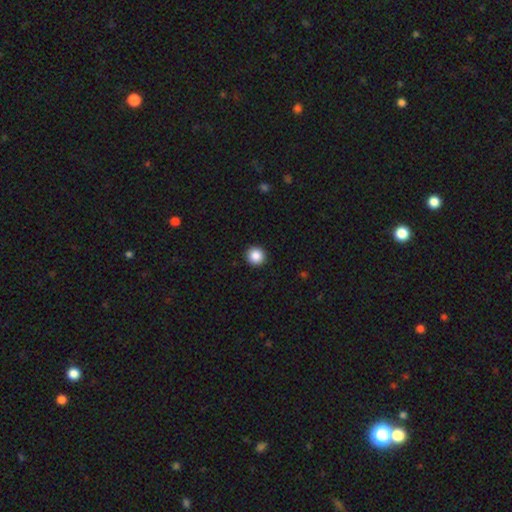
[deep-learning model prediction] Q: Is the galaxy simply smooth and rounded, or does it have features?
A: smooth — 87%.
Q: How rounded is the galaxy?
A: round — 95%.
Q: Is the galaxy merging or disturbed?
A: none — 93%.